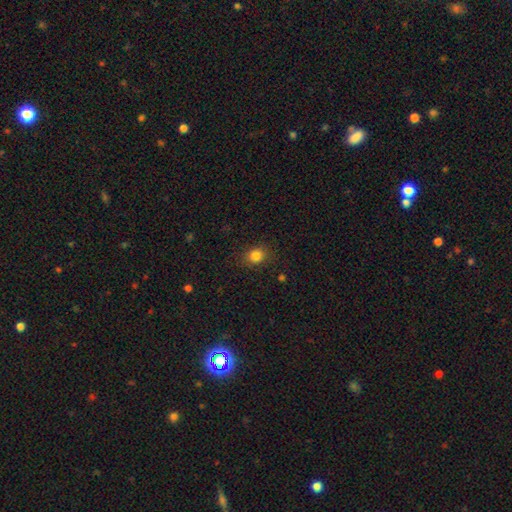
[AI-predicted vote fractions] Smooth or featured? Predicted: smooth (p=0.83). How rounded? Predicted: round (p=0.67). Merging? Predicted: none (p=0.84).